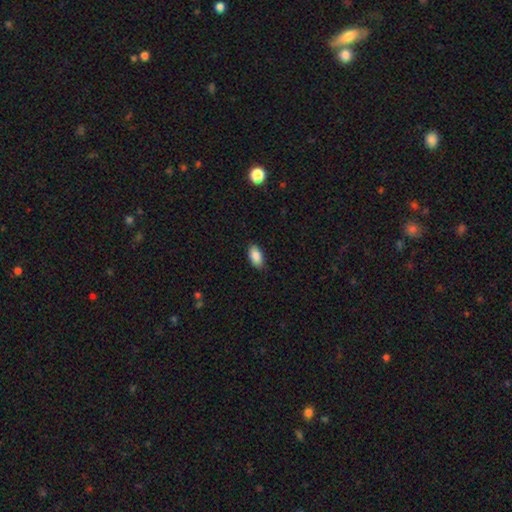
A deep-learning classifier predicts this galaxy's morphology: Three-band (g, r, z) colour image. It shows a smooth galaxy with no disk features (88%) that is in between round and cigar-shaped (94%). Merging: none (86%).